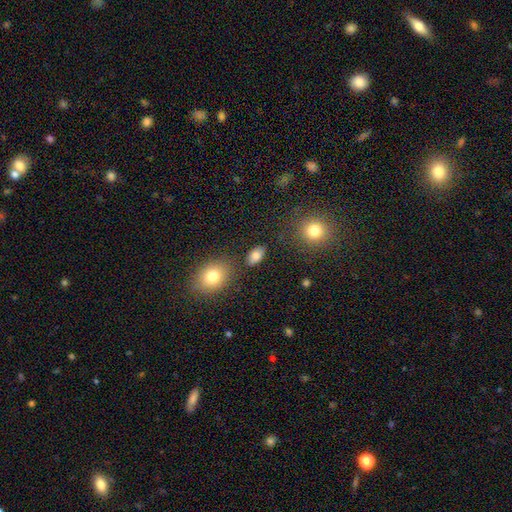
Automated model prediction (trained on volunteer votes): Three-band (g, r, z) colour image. It shows a smooth galaxy with no disk features (82%) that is in between round and cigar-shaped (89%). Merging: none (81%).